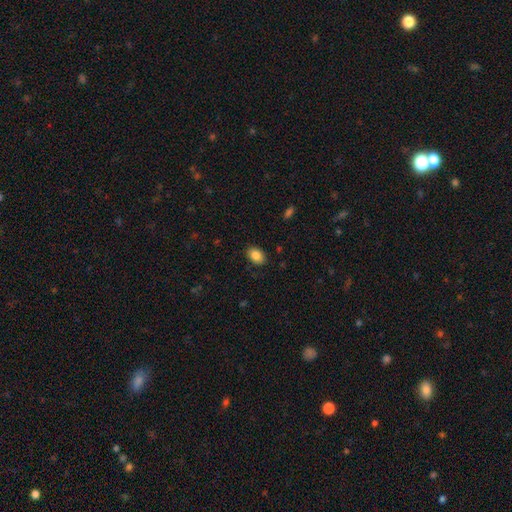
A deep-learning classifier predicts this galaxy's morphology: Smooth or featured?
  - smooth: 86% *
  - star or artifact: 8%
  - featured or disk: 6%
How rounded?
  - in between: 83% *
  - round: 16%
  - cigar-shaped: 1%
Merging?
  - none: 87% *
  - minor disturbance: 10%
  - major disturbance: 2%
  - merger: 1%